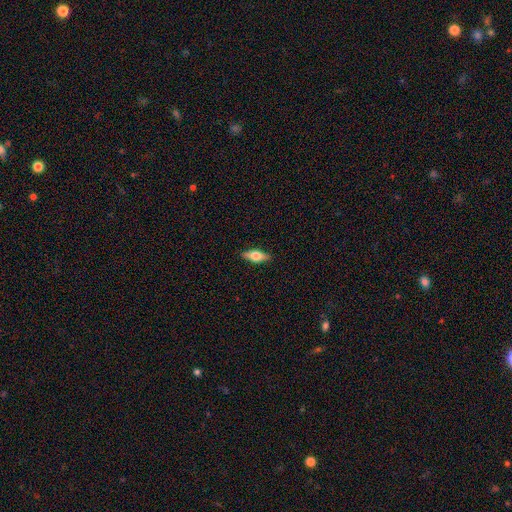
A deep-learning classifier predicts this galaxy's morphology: Smooth or featured?
  - smooth: 52% *
  - featured or disk: 41%
  - star or artifact: 7%
How rounded?
  - in between: 67% *
  - cigar-shaped: 29%
  - round: 4%
Merging?
  - none: 88% *
  - minor disturbance: 9%
  - major disturbance: 2%
  - merger: 1%